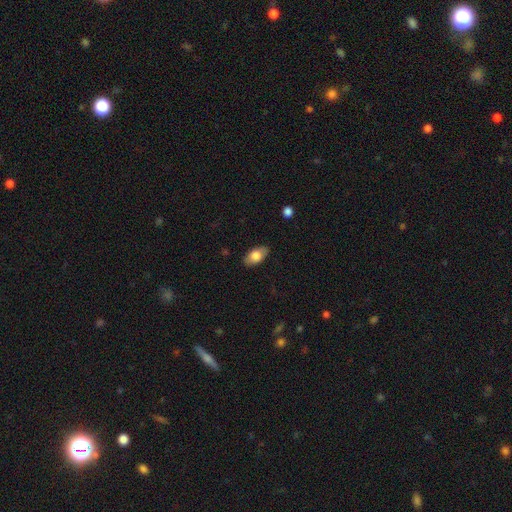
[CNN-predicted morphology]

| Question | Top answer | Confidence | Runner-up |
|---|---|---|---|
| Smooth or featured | smooth | 78% | featured or disk (15%) |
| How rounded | in between | 93% | round (4%) |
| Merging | none | 85% | minor disturbance (11%) |